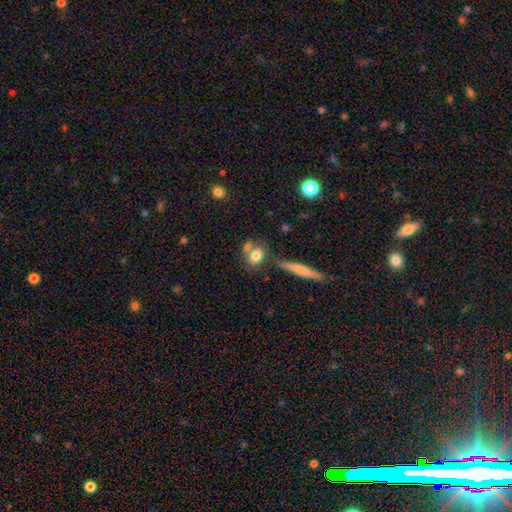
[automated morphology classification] Smooth or featured? Predicted: smooth (p=0.78). How rounded? Predicted: in between (p=0.57). Merging? Predicted: none (p=0.53).